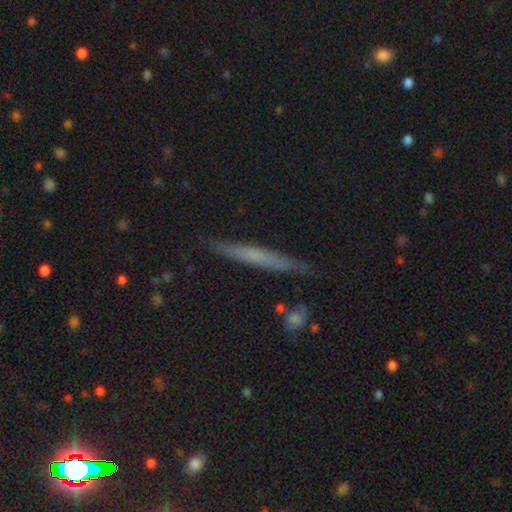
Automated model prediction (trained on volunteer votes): The model was most divided on "smooth or featured": smooth: 49%, featured or disk: 42%, star or artifact: 8%. More confident: merging — none (85%).